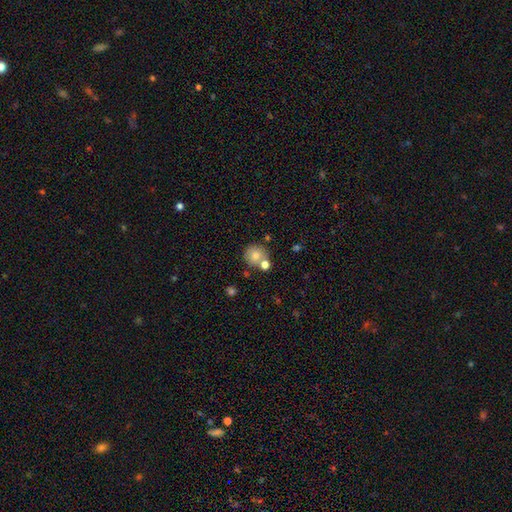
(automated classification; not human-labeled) A smooth galaxy with no disk features (75%) that is round (90%). Merging: none (63%).